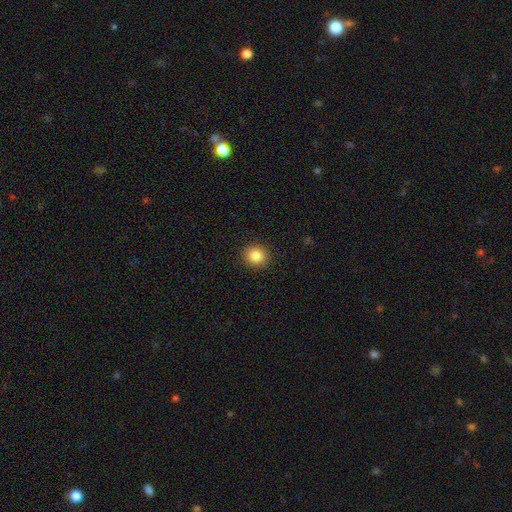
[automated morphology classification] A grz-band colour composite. It shows a smooth galaxy with no disk features (86%) that is round (86%). Merging: none (91%).